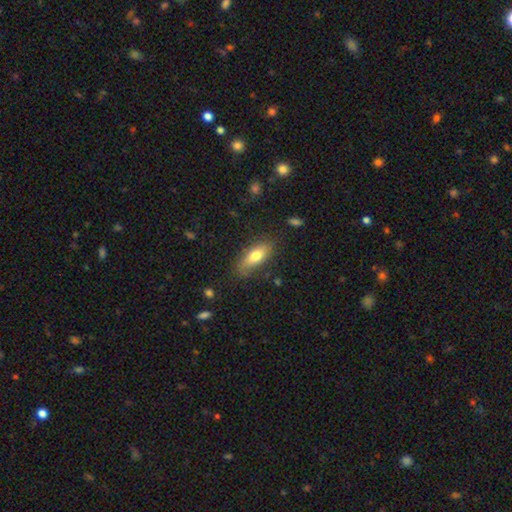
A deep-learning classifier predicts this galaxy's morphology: A smooth galaxy with no disk features (73%) that is in between round and cigar-shaped (75%).

Vote fractions:
- Smooth or featured? smooth: 73% / featured or disk: 19% / star or artifact: 7%
- How rounded? in between: 75% / cigar-shaped: 22% / round: 3%
- Merging? none: 78% / minor disturbance: 16% / major disturbance: 4% / merger: 2%